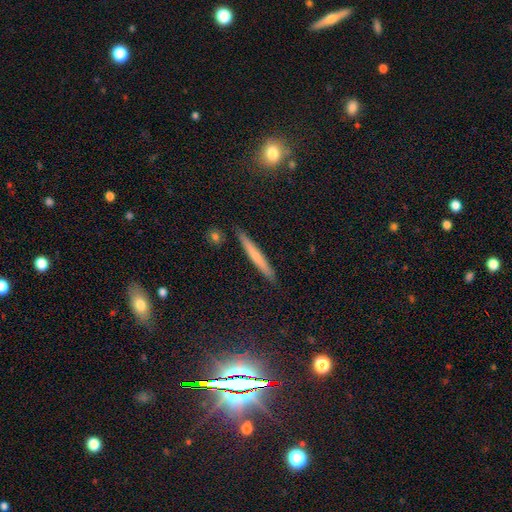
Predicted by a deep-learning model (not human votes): A smooth galaxy with no disk features (57%) that is cigar-shaped (96%).

Vote fractions:
- Smooth or featured? smooth: 57% / featured or disk: 35% / star or artifact: 8%
- How rounded? cigar-shaped: 96% / in between: 3% / round: 2%
- Merging? none: 89% / minor disturbance: 8% / merger: 2% / major disturbance: 2%